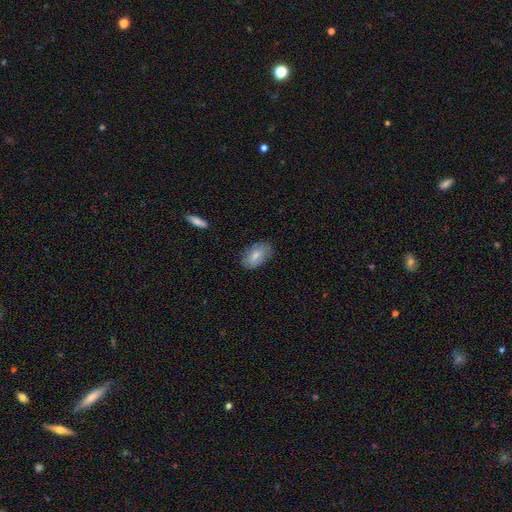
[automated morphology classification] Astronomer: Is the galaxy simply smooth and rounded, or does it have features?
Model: smooth — 72%.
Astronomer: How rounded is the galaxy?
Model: in between — 92%.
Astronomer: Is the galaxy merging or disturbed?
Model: none — 78%.